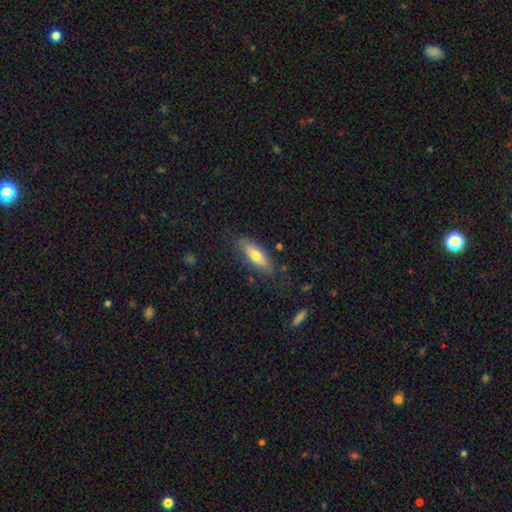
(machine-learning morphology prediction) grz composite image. It shows a smooth galaxy with no disk features (66%) that is in between round and cigar-shaped (62%). Merging: none (78%).